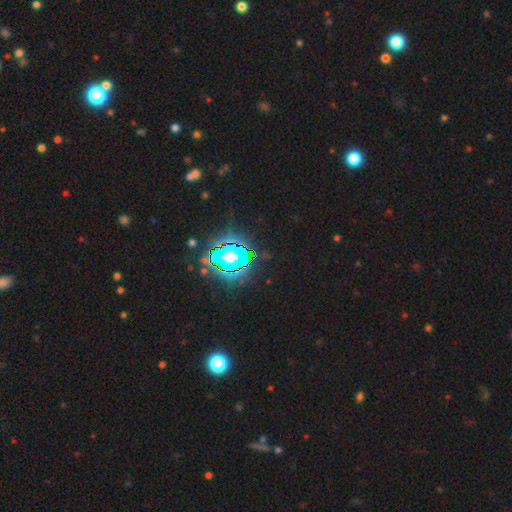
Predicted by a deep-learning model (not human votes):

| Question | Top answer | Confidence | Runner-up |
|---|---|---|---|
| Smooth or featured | star or artifact | 78% | smooth (13%) |